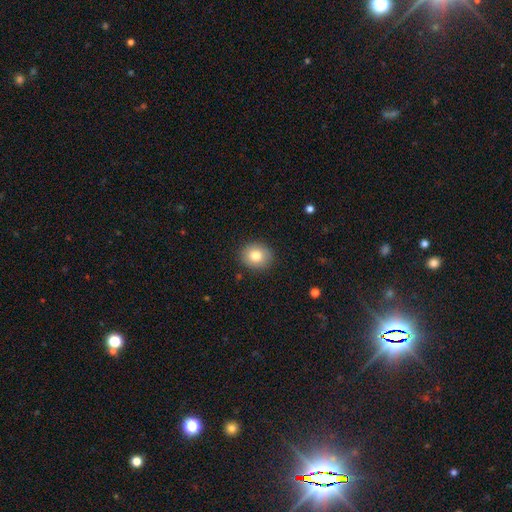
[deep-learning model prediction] smooth_or_featured: smooth (p=0.81) [alt: featured or disk p=0.11]
how_rounded: round (p=0.73) [alt: in between p=0.26]
merging: none (p=0.89) [alt: minor disturbance p=0.08]